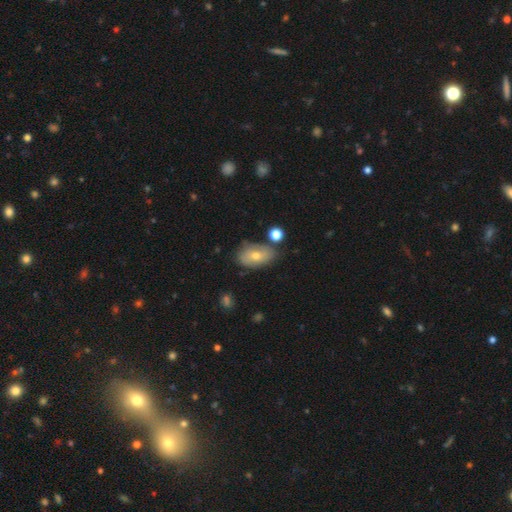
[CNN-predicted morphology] Smooth or featured: smooth — 60% (featured or disk — 30%)
How rounded: in between — 88% (round — 10%)
Merging: none — 67% (minor disturbance — 22%)